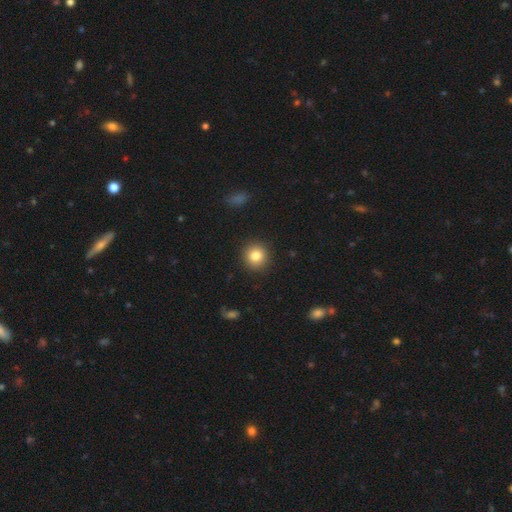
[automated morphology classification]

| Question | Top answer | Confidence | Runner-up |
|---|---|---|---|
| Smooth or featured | smooth | 83% | star or artifact (10%) |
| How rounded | round | 92% | in between (7%) |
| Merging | none | 91% | minor disturbance (6%) |